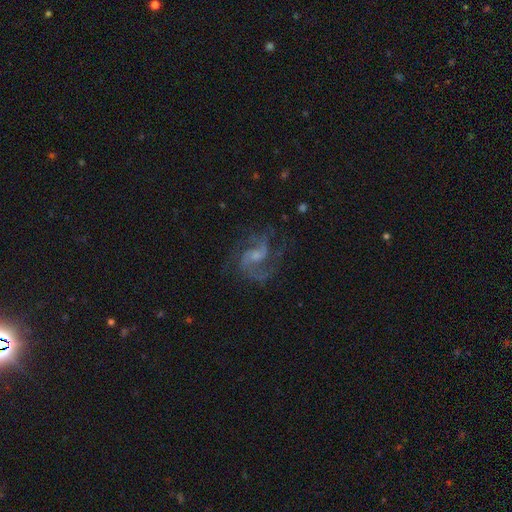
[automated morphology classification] smooth_or_featured: featured or disk (p=0.87) [alt: star or artifact p=0.07]
disk_edge_on: no (p=0.98) [alt: yes p=0.02]
bar: no (p=0.46) [alt: weak p=0.45]
has_spiral_arms: yes (p=0.97) [alt: no p=0.03]
spiral_winding: medium (p=0.58) [alt: loose p=0.25]
spiral_arm_count: 2 (p=0.69) [alt: 3 p=0.14]
bulge_size: small (p=0.50) [alt: moderate p=0.33]
merging: none (p=0.68) [alt: minor disturbance p=0.16]